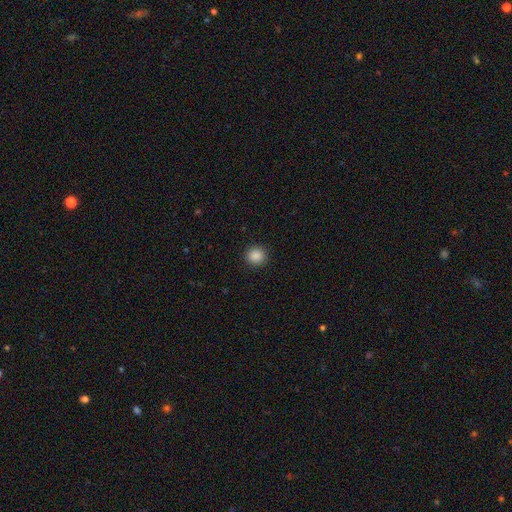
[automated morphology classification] smooth-or-featured: smooth: 88% | star or artifact: 10% | featured or disk: 3%
  how-rounded: round: 90% | in between: 9% | cigar-shaped: 1%
  merging: none: 92% | minor disturbance: 5% | major disturbance: 2% | merger: 1%